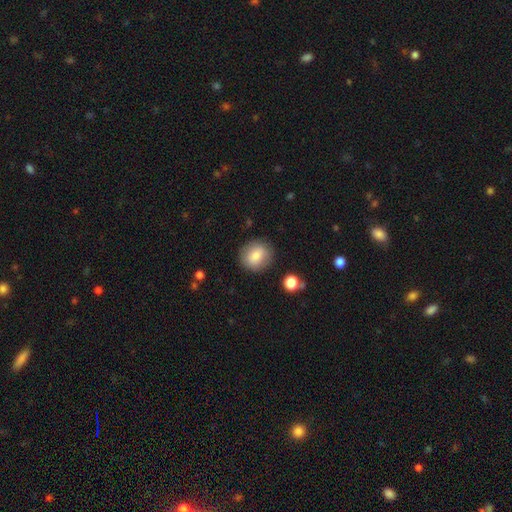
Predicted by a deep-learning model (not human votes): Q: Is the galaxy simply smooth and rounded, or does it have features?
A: smooth — 80%.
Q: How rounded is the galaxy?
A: round — 80%.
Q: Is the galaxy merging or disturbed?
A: none — 85%.